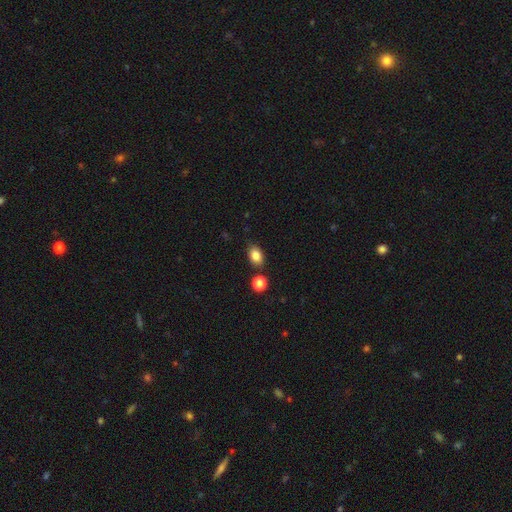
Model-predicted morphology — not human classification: A smooth galaxy with no disk features (84%) that is in between round and cigar-shaped (78%).

Vote fractions:
- Smooth or featured? smooth: 84% / star or artifact: 10% / featured or disk: 6%
- How rounded? in between: 78% / round: 20% / cigar-shaped: 1%
- Merging? none: 80% / minor disturbance: 11% / merger: 6% / major disturbance: 3%